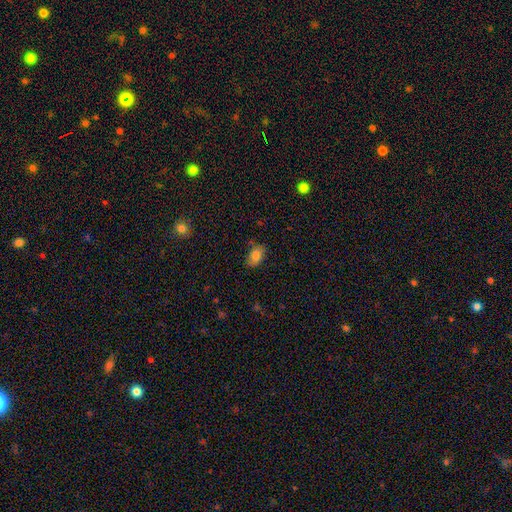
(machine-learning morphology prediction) A smooth galaxy with no disk features (81%) that is in between round and cigar-shaped (84%).

Vote fractions:
- Smooth or featured? smooth: 81% / featured or disk: 9% / star or artifact: 9%
- How rounded? in between: 84% / round: 14% / cigar-shaped: 2%
- Merging? none: 76% / minor disturbance: 19% / major disturbance: 3% / merger: 2%